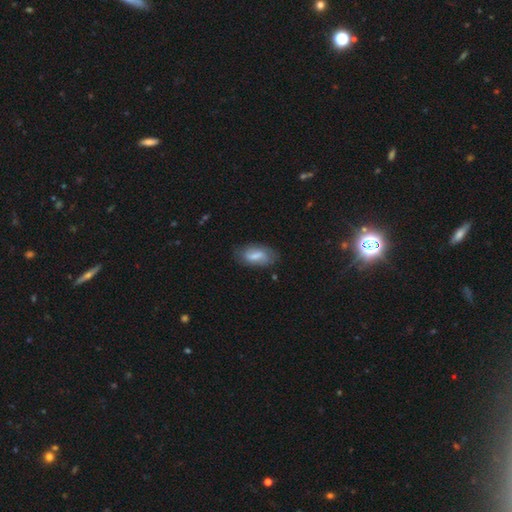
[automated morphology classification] A smooth galaxy with no disk features (58%) that is in between round and cigar-shaped (89%). Merging: none (69%).